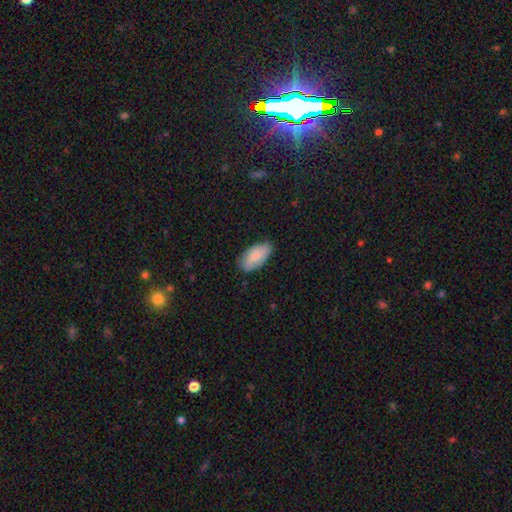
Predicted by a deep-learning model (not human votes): Overall: smooth (80%). How rounded: in between (94%). Merging: none (76%).